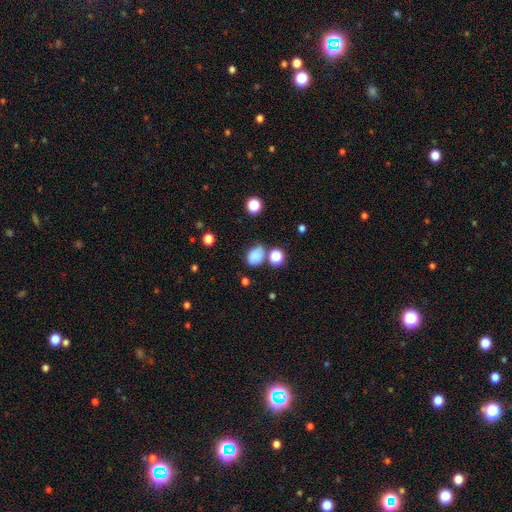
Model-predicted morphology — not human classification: A smooth galaxy with no disk features (82%) that is in between round and cigar-shaped (68%). Merging: none (66%).